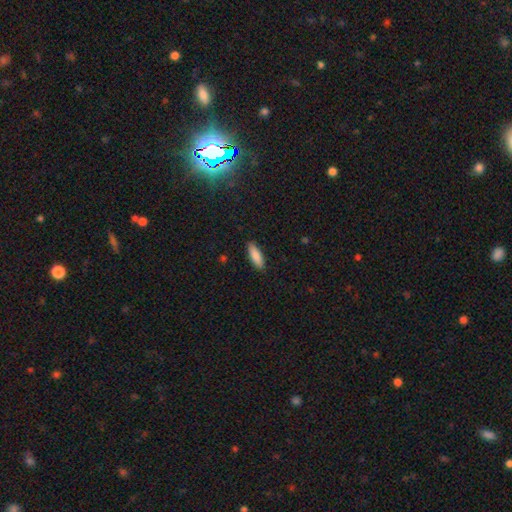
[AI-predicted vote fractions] Smooth or featured: smooth — 87% (featured or disk — 7%)
How rounded: in between — 58% (cigar-shaped — 41%)
Merging: none — 89% (minor disturbance — 8%)